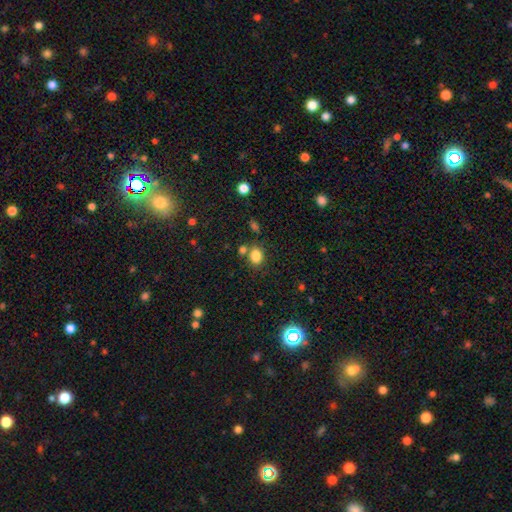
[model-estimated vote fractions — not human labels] A smooth galaxy with no disk features (83%) that is in between round and cigar-shaped (53%). Merging: none (70%).